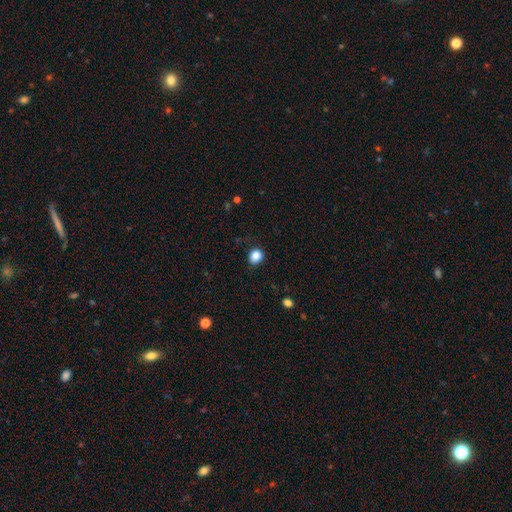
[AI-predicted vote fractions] smooth-or-featured: smooth: 86% | star or artifact: 10% | featured or disk: 3%
  how-rounded: round: 66% | in between: 33% | cigar-shaped: 1%
  merging: none: 84% | minor disturbance: 12% | major disturbance: 3% | merger: 1%